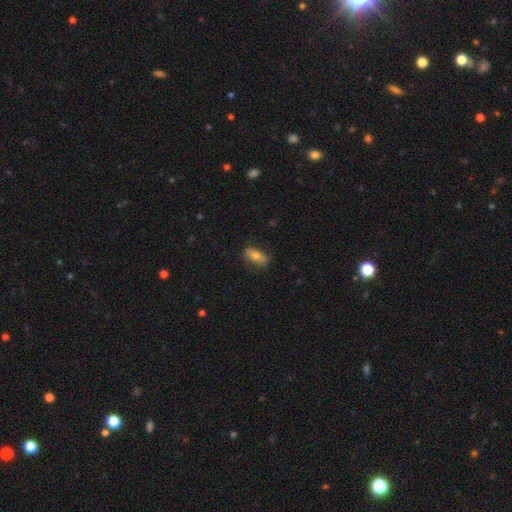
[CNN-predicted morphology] Smooth or featured? smooth (66%)
How rounded? in between (77%)
Merging? none (80%)